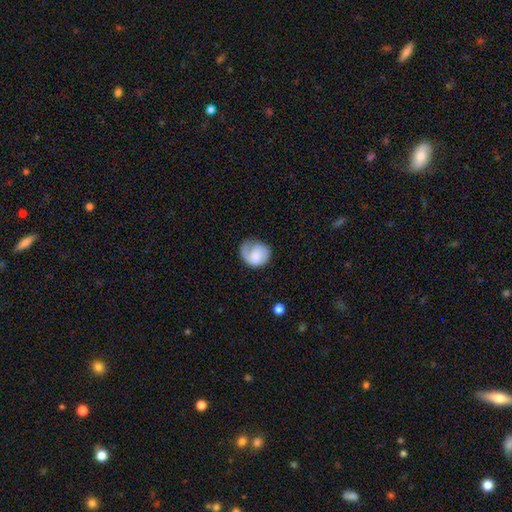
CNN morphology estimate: smooth 58%, featured or disk 35%, star or artifact 7%. Down the decision tree: how rounded — round (66%); merging — none (46%).